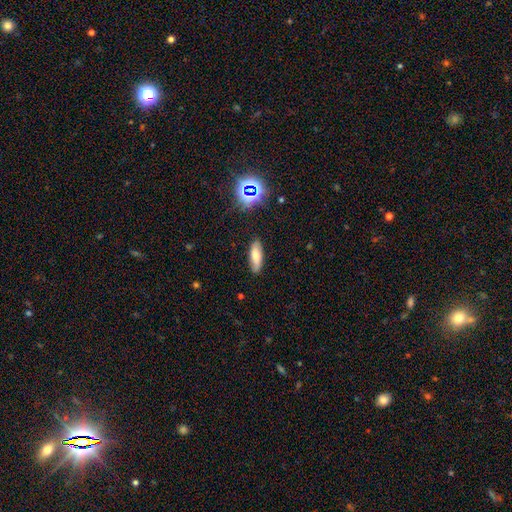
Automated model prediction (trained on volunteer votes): smooth-or-featured: smooth: 68% | featured or disk: 20% | star or artifact: 11%
  how-rounded: in between: 64% | cigar-shaped: 33% | round: 3%
  merging: none: 84% | minor disturbance: 12% | major disturbance: 2% | merger: 1%